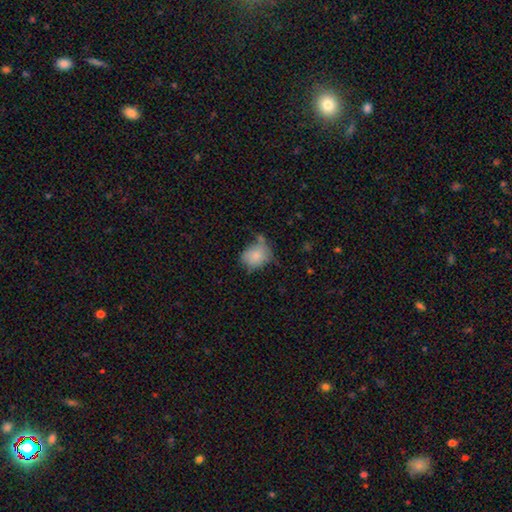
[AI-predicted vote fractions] Smooth or featured? Predicted: smooth (p=0.81). How rounded? Predicted: round (p=0.53). Merging? Predicted: none (p=0.45).